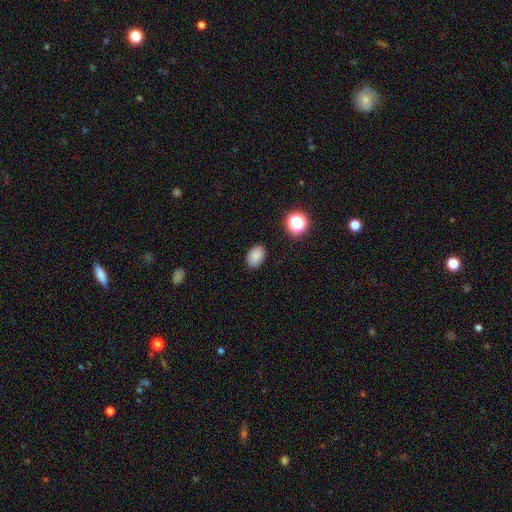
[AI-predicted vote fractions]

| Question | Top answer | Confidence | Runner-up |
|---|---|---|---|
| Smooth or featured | smooth | 83% | star or artifact (12%) |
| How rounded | in between | 81% | round (18%) |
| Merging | none | 84% | minor disturbance (12%) |